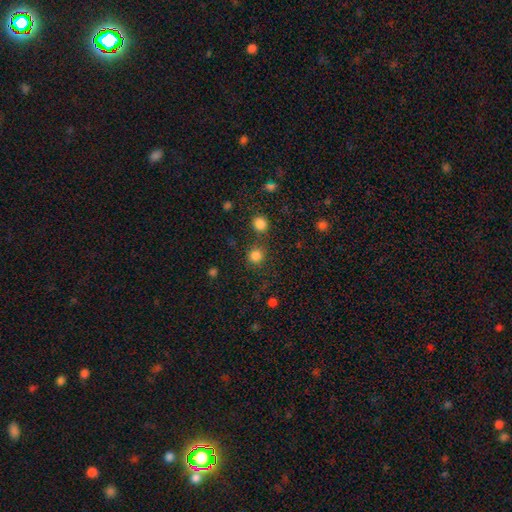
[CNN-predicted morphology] A smooth galaxy with no disk features (81%) that is round (91%). Merging: none (72%).